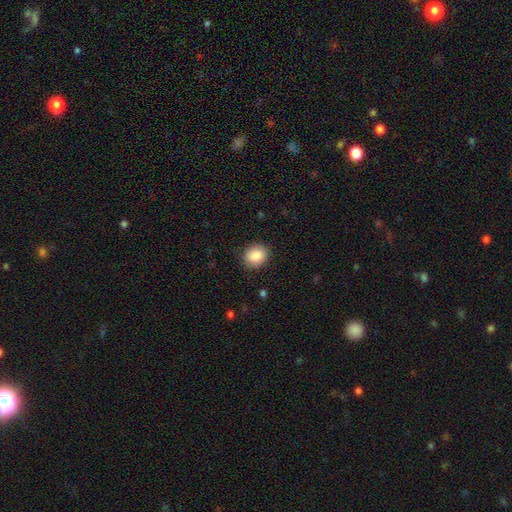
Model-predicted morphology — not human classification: smooth_or_featured: smooth (p=0.87) [alt: star or artifact p=0.08]
how_rounded: round (p=0.64) [alt: in between p=0.35]
merging: none (p=0.87) [alt: minor disturbance p=0.09]